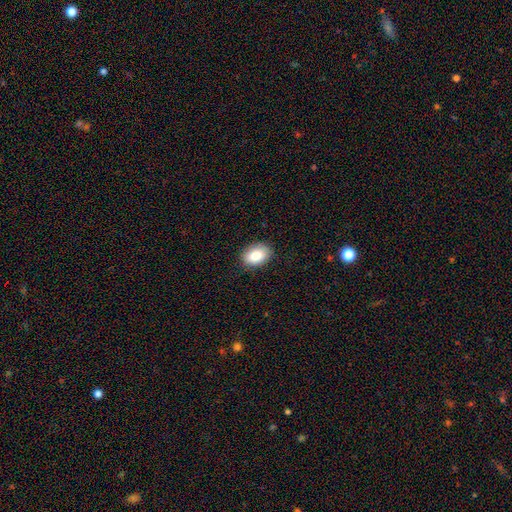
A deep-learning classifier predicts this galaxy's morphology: Smooth or featured: smooth — 85% (featured or disk — 8%)
How rounded: in between — 84% (round — 15%)
Merging: none — 87% (minor disturbance — 10%)